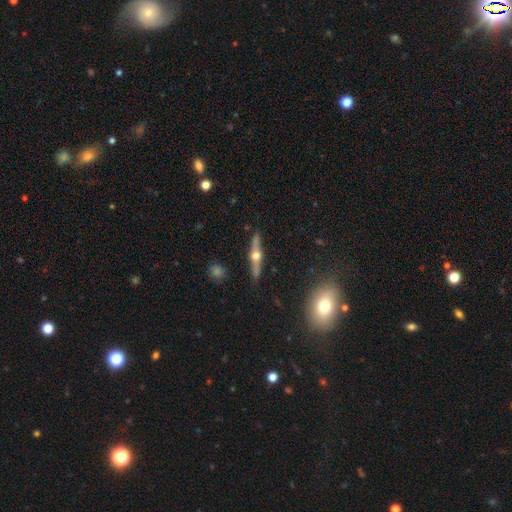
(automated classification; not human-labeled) Morphology: type=featured or disk (77%); edge-on=yes (97%); edge-on bulge=rounded (96%); merging=none (89%).